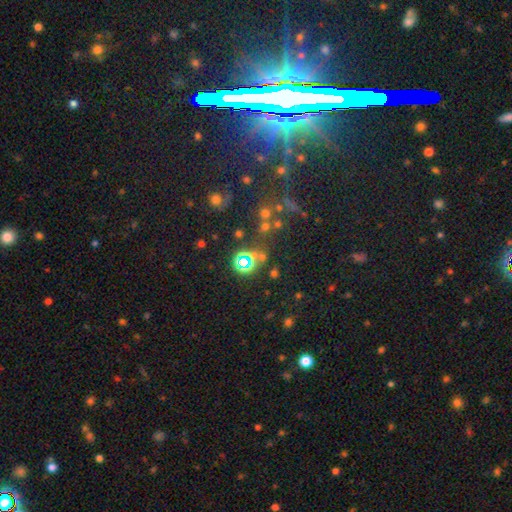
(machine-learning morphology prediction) This is likely a star or artifact rather than a galaxy (61%).